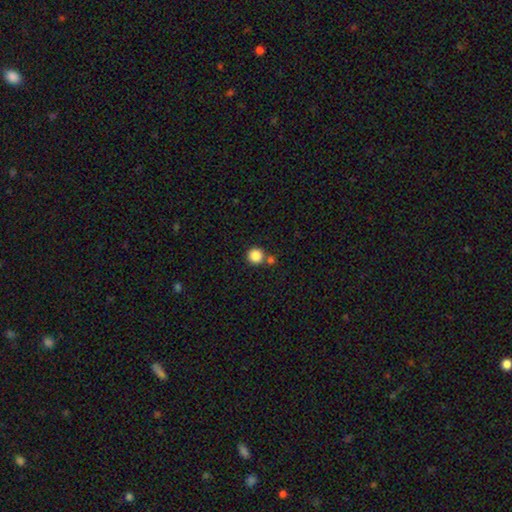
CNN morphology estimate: Overall: smooth (86%). How rounded: round (95%). Merging: none (75%).